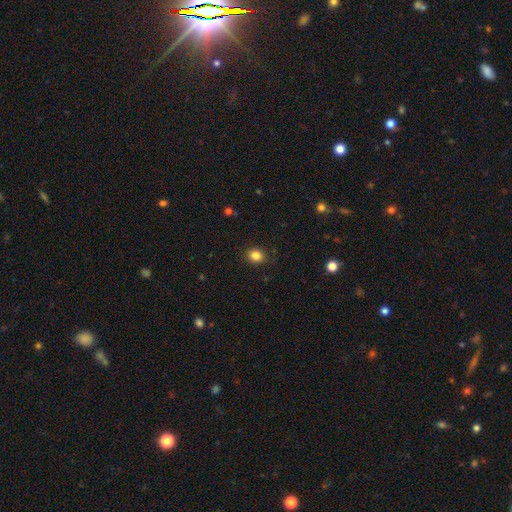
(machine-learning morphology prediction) smooth-or-featured: smooth: 85% | star or artifact: 11% | featured or disk: 4%
  how-rounded: round: 69% | in between: 30% | cigar-shaped: 1%
  merging: none: 89% | minor disturbance: 8% | major disturbance: 2% | merger: 1%